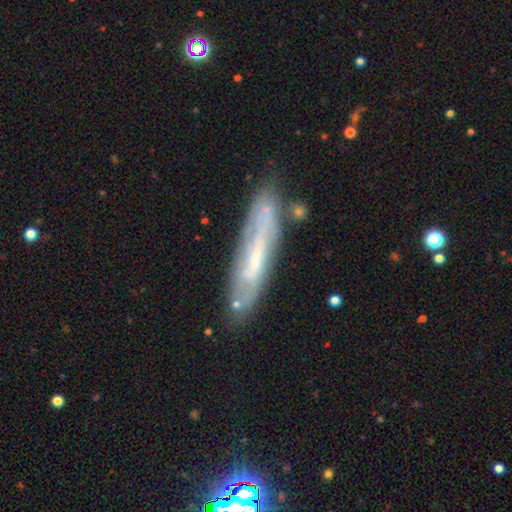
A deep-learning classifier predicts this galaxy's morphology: type=featured or disk (62%); edge-on=yes (52%); merging=none (72%).